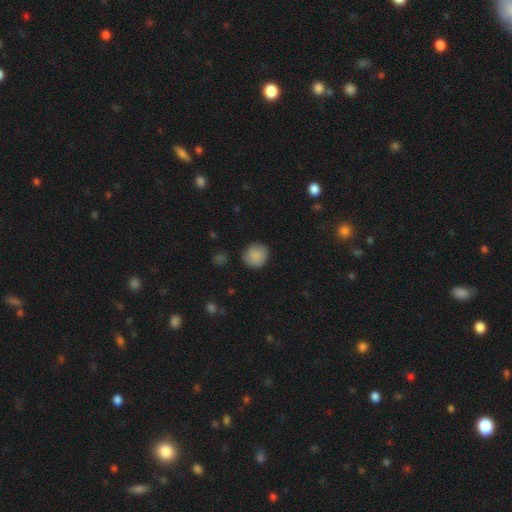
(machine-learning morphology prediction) This is clearly a smooth galaxy (87%). How rounded: clearly round (91%). Merging: clearly none (84%).